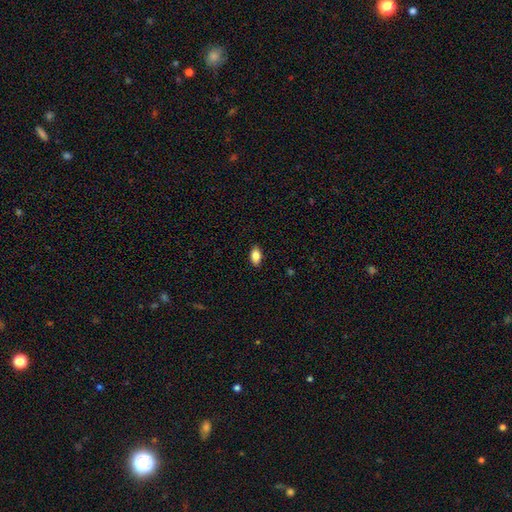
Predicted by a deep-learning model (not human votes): The model was most divided on "smooth or featured": smooth: 84%, featured or disk: 8%, star or artifact: 8%. More confident: how rounded — in between (91%); merging — none (89%).